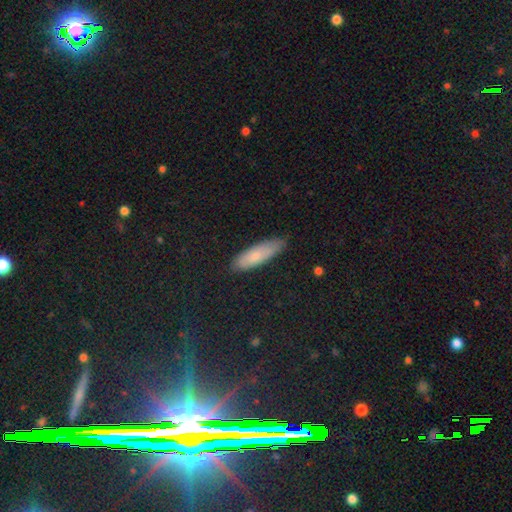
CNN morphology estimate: type=smooth (77%); roundness=cigar-shaped (55%); merging=none (82%).